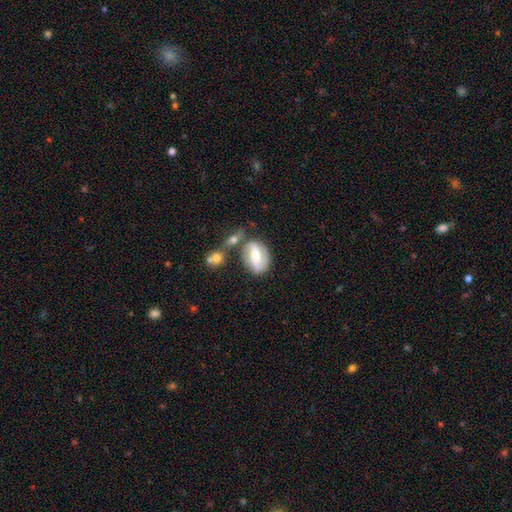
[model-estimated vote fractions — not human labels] A featured or disk galaxy (54%).

Vote fractions:
- Smooth or featured? featured or disk: 54% / smooth: 39% / star or artifact: 6%
- Edge-on disk? no: 89% / yes: 11%
- Merging? none: 58% / minor disturbance: 18% / merger: 17% / major disturbance: 7%